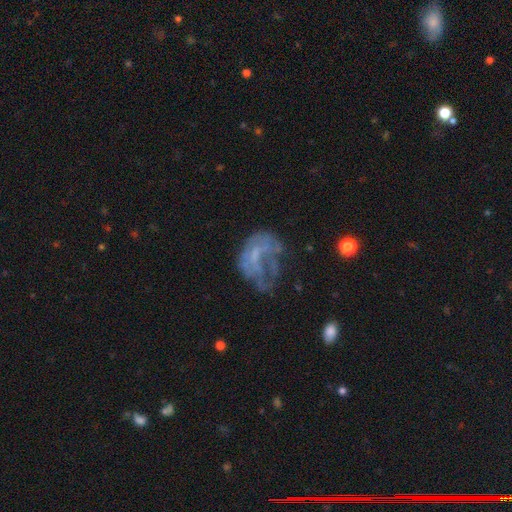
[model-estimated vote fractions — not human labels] smooth_or_featured: featured or disk (p=0.58) [alt: smooth p=0.27]
disk_edge_on: no (p=0.98) [alt: yes p=0.02]
bar: no (p=0.78) [alt: weak p=0.18]
has_spiral_arms: no (p=0.75) [alt: yes p=0.25]
bulge_size: none (p=0.60) [alt: small p=0.24]
merging: major disturbance (p=0.42) [alt: none p=0.31]